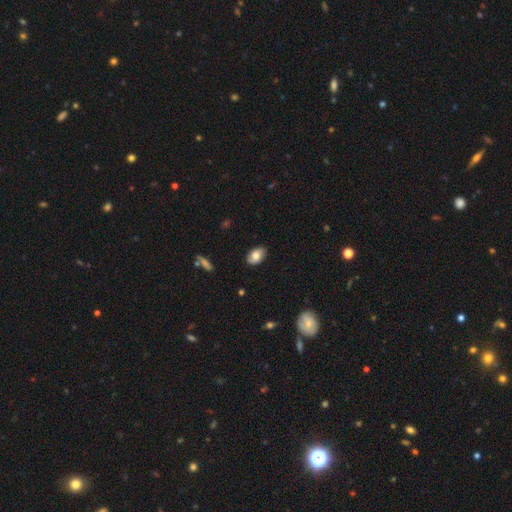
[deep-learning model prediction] Smooth or featured: smooth — 78% (featured or disk — 15%)
How rounded: in between — 90% (round — 9%)
Merging: none — 85% (minor disturbance — 12%)